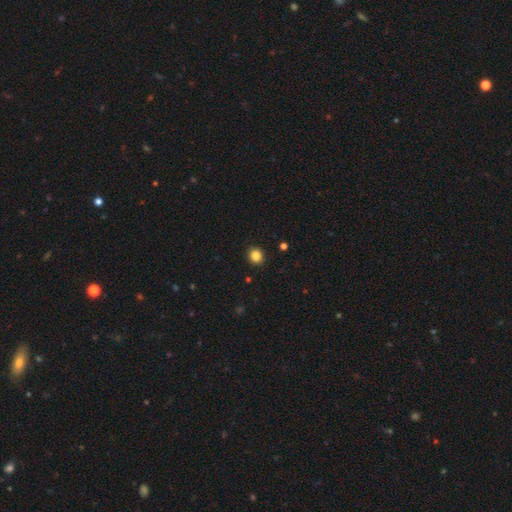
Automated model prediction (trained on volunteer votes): smooth 85%, star or artifact 11%, featured or disk 4%. Down the decision tree: how rounded — round (82%); merging — none (91%).